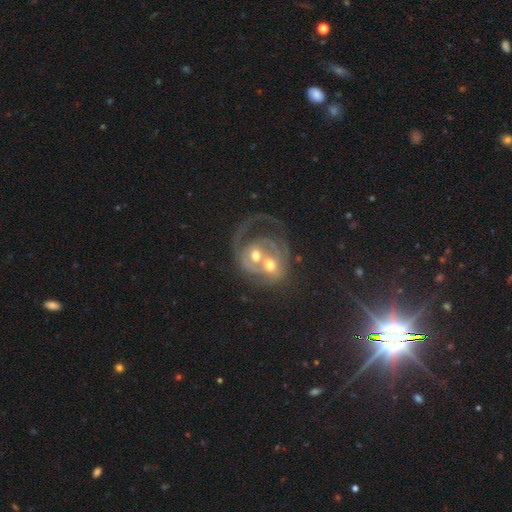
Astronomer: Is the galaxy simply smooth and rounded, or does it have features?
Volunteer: featured or disk — 78%.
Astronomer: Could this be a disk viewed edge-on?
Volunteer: no — 97%.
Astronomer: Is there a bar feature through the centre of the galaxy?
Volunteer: no — 77%.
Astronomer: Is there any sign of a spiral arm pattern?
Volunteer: yes — 87%.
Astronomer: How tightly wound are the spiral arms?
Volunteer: medium — 58%.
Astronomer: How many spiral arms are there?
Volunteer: can't tell — 42% (runner-up: 2, 35%).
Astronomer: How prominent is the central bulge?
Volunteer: moderate — 73%.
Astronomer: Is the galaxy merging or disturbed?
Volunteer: merger — 84%.